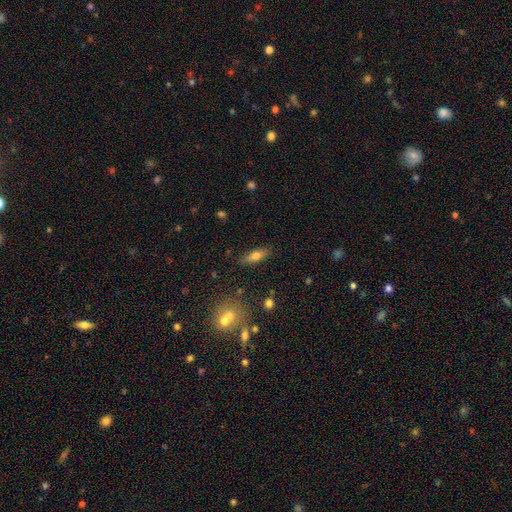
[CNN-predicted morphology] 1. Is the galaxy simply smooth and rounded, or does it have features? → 67% smooth, 25% featured or disk, 8% star or artifact.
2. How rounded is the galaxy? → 61% in between, 35% cigar-shaped, 4% round.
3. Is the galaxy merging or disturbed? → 84% none, 11% minor disturbance, 3% merger, 3% major disturbance.